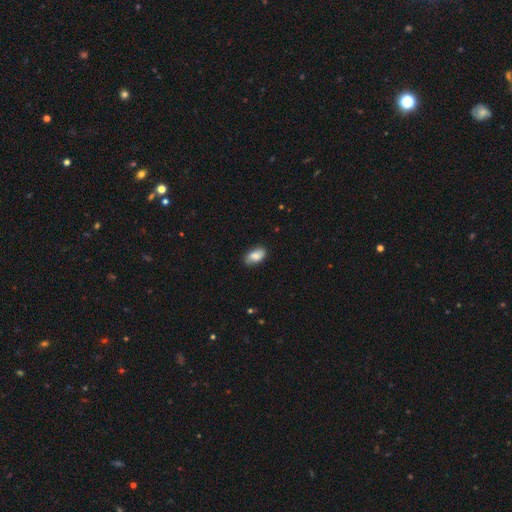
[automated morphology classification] Smooth or featured: smooth — 78% (featured or disk — 15%)
How rounded: in between — 92% (round — 5%)
Merging: none — 79% (minor disturbance — 17%)